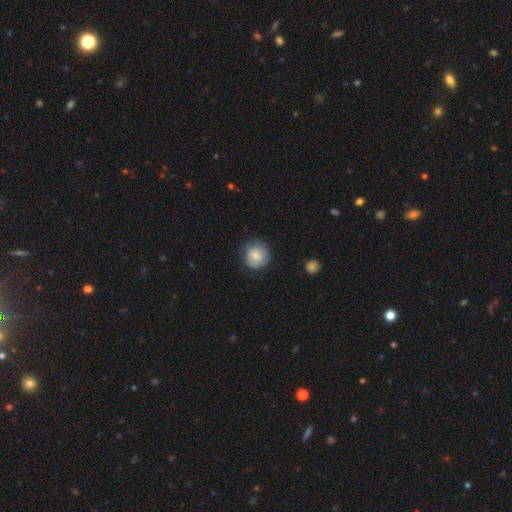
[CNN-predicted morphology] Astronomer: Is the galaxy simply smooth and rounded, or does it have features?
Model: smooth — 83%.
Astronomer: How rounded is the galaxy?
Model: round — 91%.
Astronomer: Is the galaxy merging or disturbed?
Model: none — 78%.